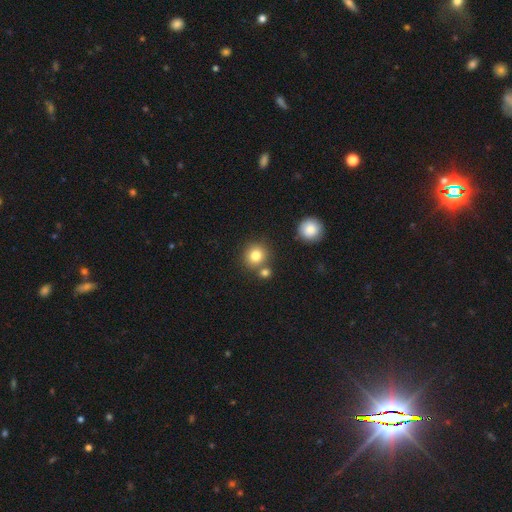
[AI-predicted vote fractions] A smooth galaxy with no disk features (82%) that is round (89%).

Vote fractions:
- Smooth or featured? smooth: 82% / star or artifact: 11% / featured or disk: 8%
- How rounded? round: 89% / in between: 10% / cigar-shaped: 1%
- Merging? none: 72% / merger: 16% / minor disturbance: 9% / major disturbance: 3%